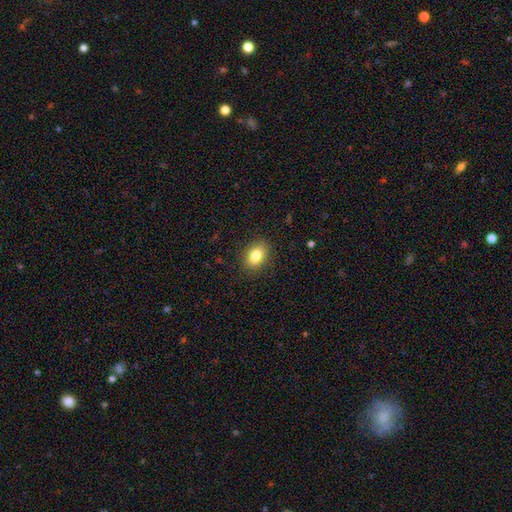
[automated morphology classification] Overall: smooth (83%). How rounded: in between (76%). Merging: none (88%).